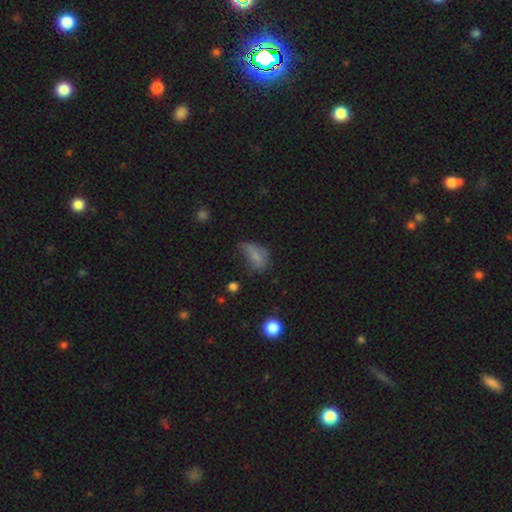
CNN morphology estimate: Q: Smooth or featured?
A: smooth (70%); runner-up: featured or disk (16%)
Q: How rounded?
A: in between (82%); runner-up: round (10%)
Q: Merging?
A: minor disturbance (36%); runner-up: major disturbance (31%)